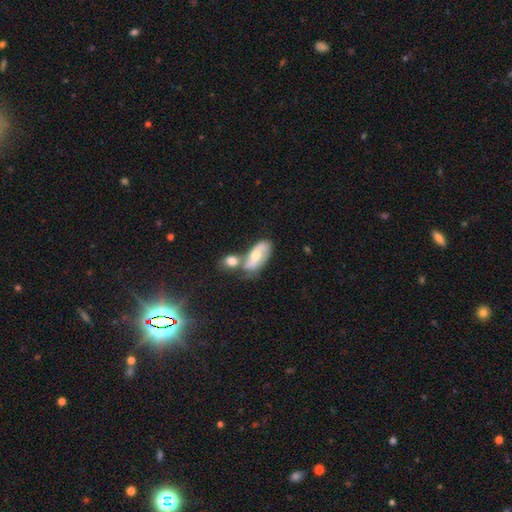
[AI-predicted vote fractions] The model was most divided on "merging": merger: 41%, none: 35%, minor disturbance: 16%, major disturbance: 8%. Remaining: edge-on disk — no (89%); spiral arms — yes (79%); bulge size — moderate (65%); smooth or featured — featured or disk (57%); bar — no (48%).